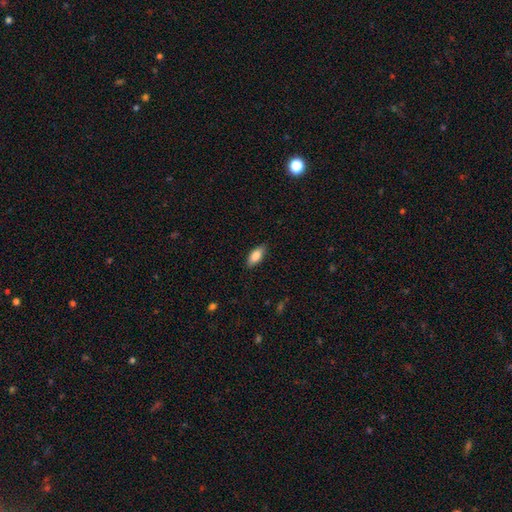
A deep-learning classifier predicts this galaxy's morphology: A smooth galaxy with no disk features (83%) that is in between round and cigar-shaped (86%).

Vote fractions:
- Smooth or featured? smooth: 83% / featured or disk: 11% / star or artifact: 7%
- How rounded? in between: 86% / cigar-shaped: 12% / round: 2%
- Merging? none: 85% / minor disturbance: 12% / major disturbance: 2% / merger: 1%